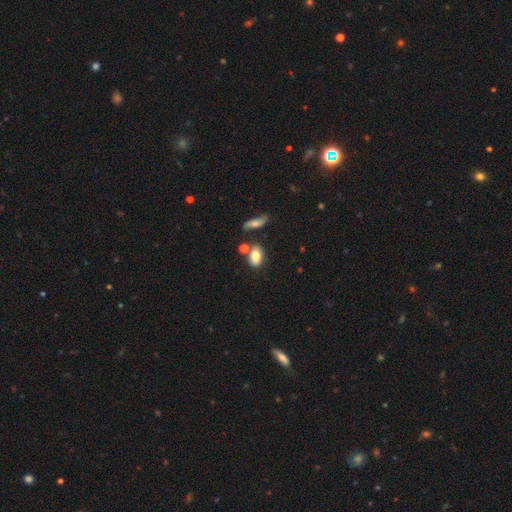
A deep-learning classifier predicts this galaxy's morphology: Smooth or featured?
  - smooth: 80% *
  - featured or disk: 11%
  - star or artifact: 9%
How rounded?
  - in between: 85% *
  - round: 12%
  - cigar-shaped: 3%
Merging?
  - none: 61% *
  - merger: 18%
  - minor disturbance: 16%
  - major disturbance: 5%